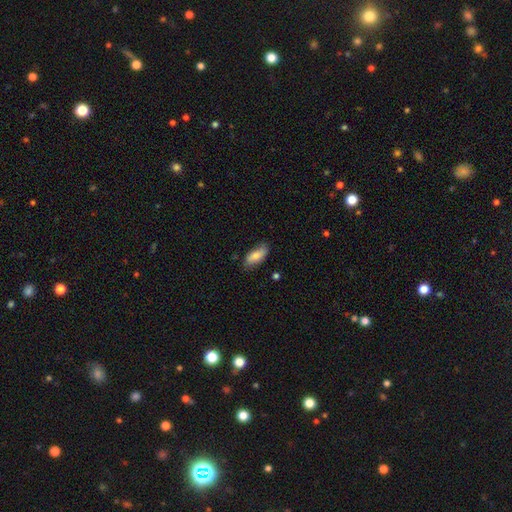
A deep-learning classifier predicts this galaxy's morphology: Smooth or featured? Predicted: smooth (p=0.76). How rounded? Predicted: in between (p=0.81). Merging? Predicted: none (p=0.77).